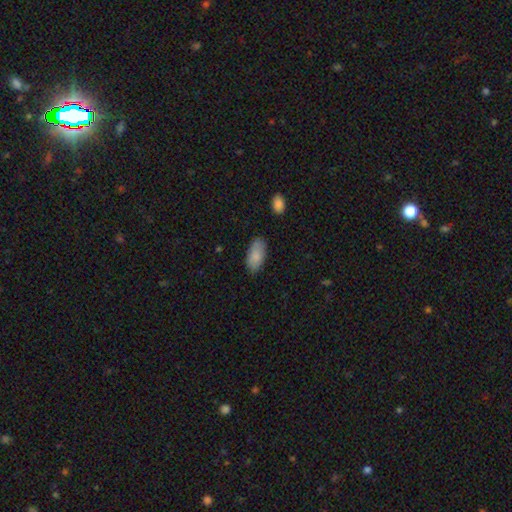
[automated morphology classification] smooth 86%, featured or disk 8%, star or artifact 6%. Down the decision tree: how rounded — in between (93%); merging — none (81%).